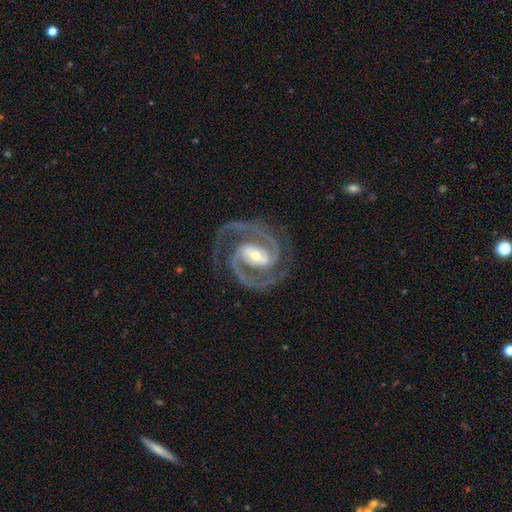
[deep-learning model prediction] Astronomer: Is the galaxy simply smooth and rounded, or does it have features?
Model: featured or disk — 94%.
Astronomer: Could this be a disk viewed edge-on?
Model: no — 98%.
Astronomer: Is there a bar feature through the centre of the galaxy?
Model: strong — 48% (runner-up: weak, 33%).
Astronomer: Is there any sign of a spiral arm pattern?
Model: yes — 99%.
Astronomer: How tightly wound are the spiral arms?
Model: medium — 52% (runner-up: tight, 43%).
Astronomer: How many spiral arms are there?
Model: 2 — 87%.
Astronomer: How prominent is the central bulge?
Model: moderate — 49% (runner-up: small, 45%).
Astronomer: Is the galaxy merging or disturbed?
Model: none — 81%.